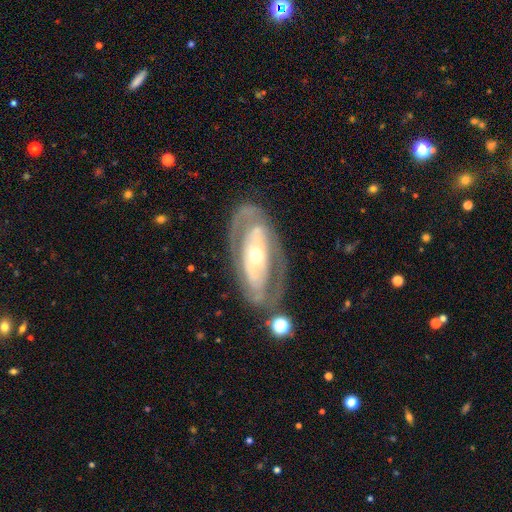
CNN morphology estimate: Smooth or featured? featured or disk (82%)
Edge-on disk? no (92%)
Bar? no (59%)
Spiral arms? yes (67%)
Spiral winding? tight (54%)
Spiral arm count? 2 (69%)
Bulge size? moderate (51%)
Merging? none (75%)